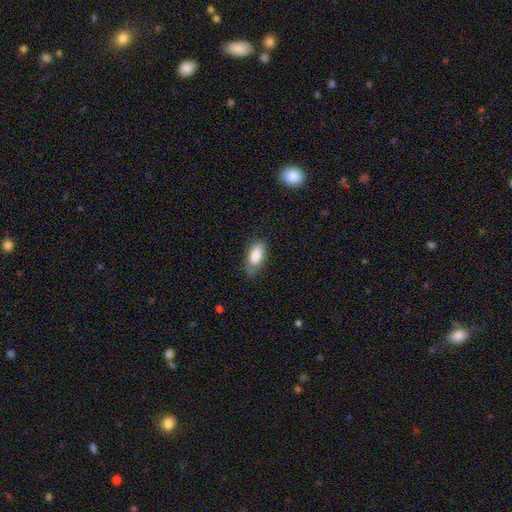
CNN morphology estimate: smooth 83%, featured or disk 10%, star or artifact 6%. Down the decision tree: how rounded — in between (86%); merging — none (71%).